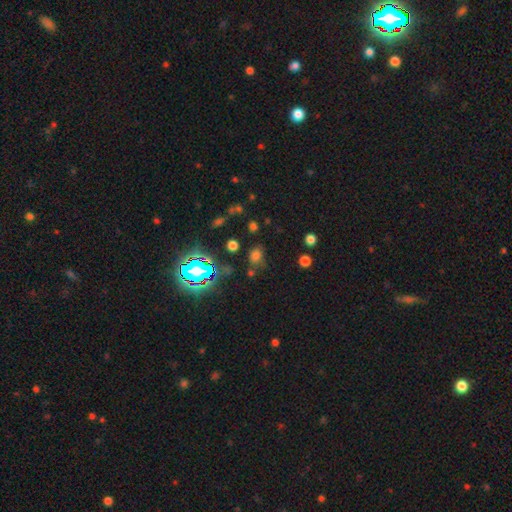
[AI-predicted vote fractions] Smooth or featured?
  - smooth: 60% *
  - star or artifact: 32%
  - featured or disk: 8%
How rounded?
  - in between: 51% *
  - round: 47%
  - cigar-shaped: 2%
Merging?
  - none: 70% *
  - minor disturbance: 17%
  - major disturbance: 7%
  - merger: 6%